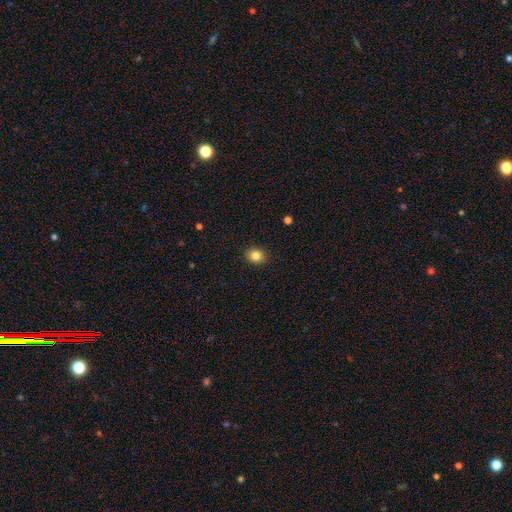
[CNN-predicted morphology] Smooth or featured? smooth (84%)
How rounded? round (67%)
Merging? none (91%)